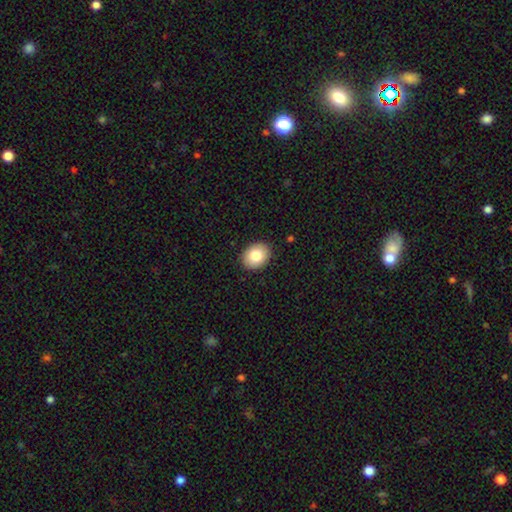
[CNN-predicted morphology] The model was most divided on "how rounded": in between: 60%, round: 39%, cigar-shaped: 1%. More confident: merging — none (89%); smooth or featured — smooth (84%).